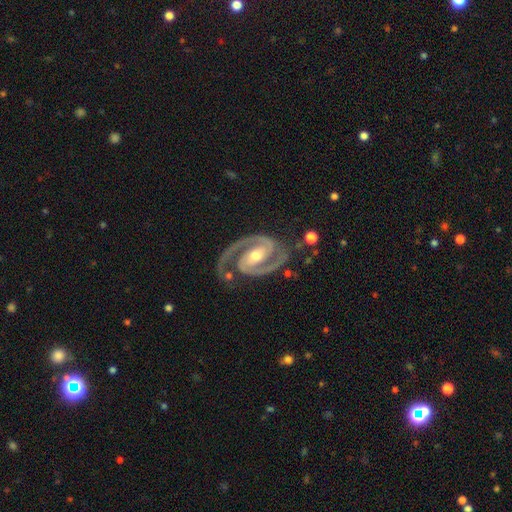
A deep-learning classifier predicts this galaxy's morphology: Overall: featured or disk (94%). Edge-on disk: no (98%). Bar: strong (41%; weak 34%). Spiral arms: yes (99%). Spiral arm count: 2 (94%). Spiral winding: medium (48%; tight 46%). Bulge size: moderate (65%; small 30%). Merging: none (79%).